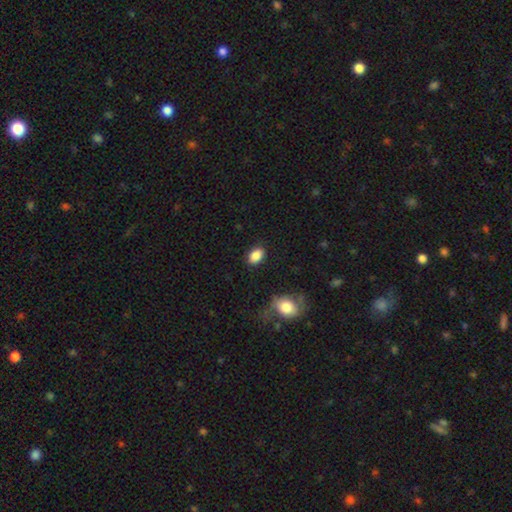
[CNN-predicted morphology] This appears to be a smooth galaxy with no disk features (87%) that is in between round and cigar-shaped (83%). Merging: none (86%).